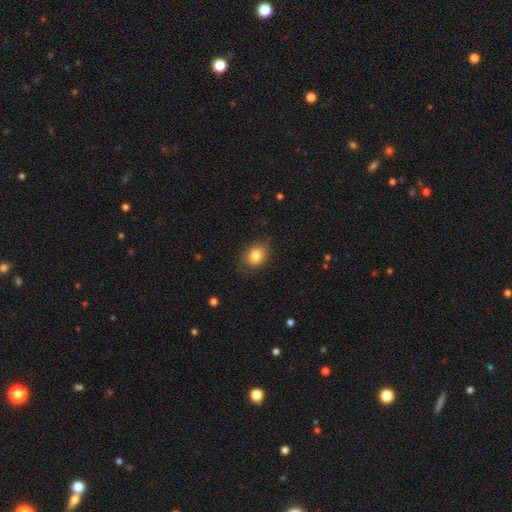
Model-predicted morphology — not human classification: The model was most divided on "how rounded": in between: 53%, round: 46%, cigar-shaped: 1%. More confident: smooth or featured — smooth (83%); merging — none (80%).